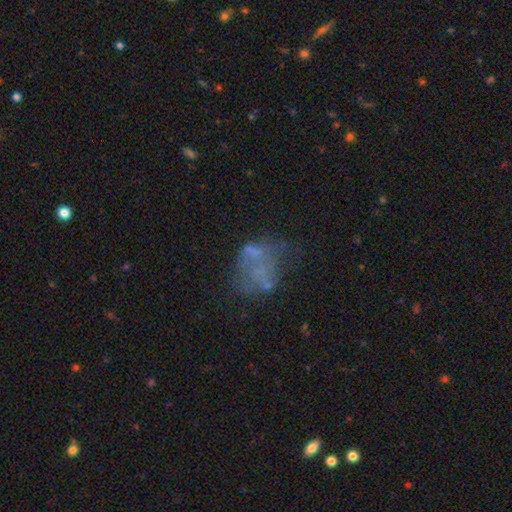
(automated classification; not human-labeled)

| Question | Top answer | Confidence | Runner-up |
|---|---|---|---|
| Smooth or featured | featured or disk | 48% | smooth (35%) |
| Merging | none | 39% | major disturbance (27%) |